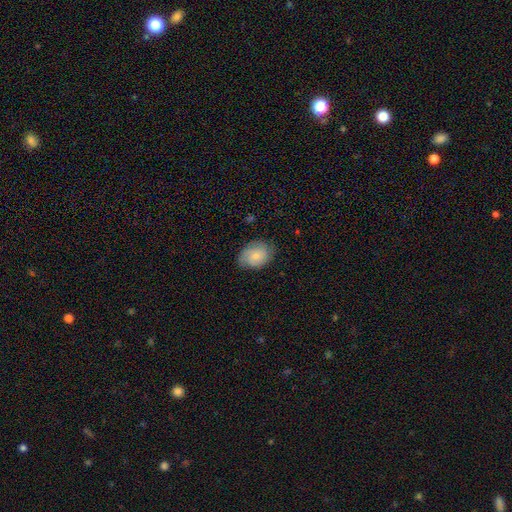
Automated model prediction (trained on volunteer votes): A smooth galaxy with no disk features (66%) that is in between round and cigar-shaped (66%). Merging: none (72%).